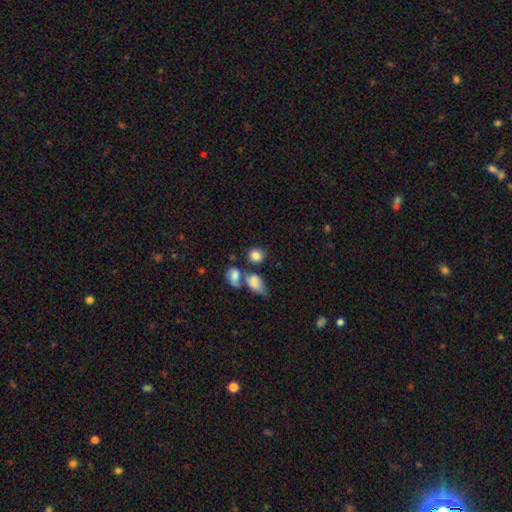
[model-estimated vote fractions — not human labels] This appears to be a smooth galaxy with no disk features (84%) that is round (67%). Merging: none (55%).